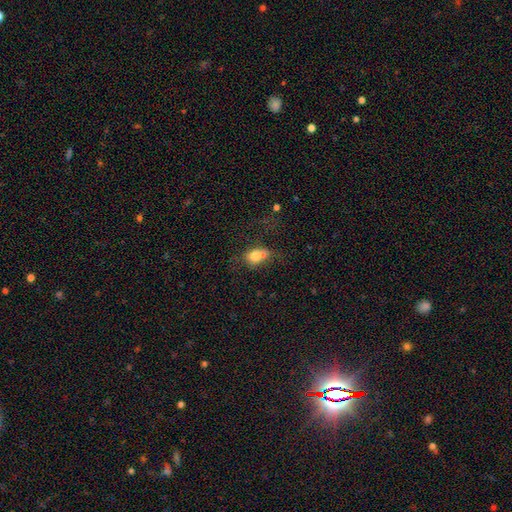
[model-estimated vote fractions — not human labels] A smooth galaxy with no disk features (71%) that is in between round and cigar-shaped (59%). Merging: merger (44%).